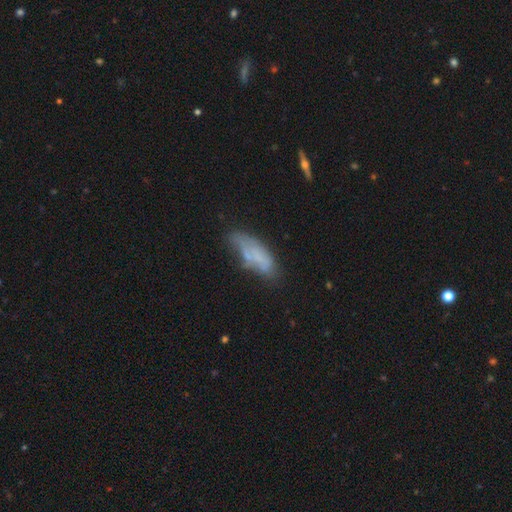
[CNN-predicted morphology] smooth 53%, featured or disk 37%, star or artifact 10%. Down the decision tree: how rounded — in between (66%); merging — none (48%).